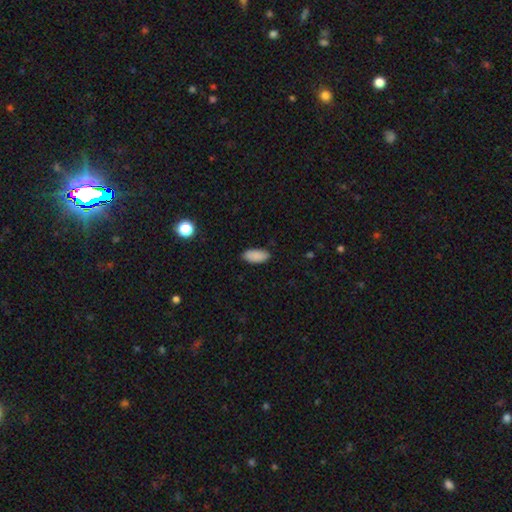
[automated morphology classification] Q: Smooth or featured?
A: smooth (89%); runner-up: star or artifact (8%)
Q: How rounded?
A: in between (91%); runner-up: cigar-shaped (7%)
Q: Merging?
A: none (87%); runner-up: minor disturbance (10%)